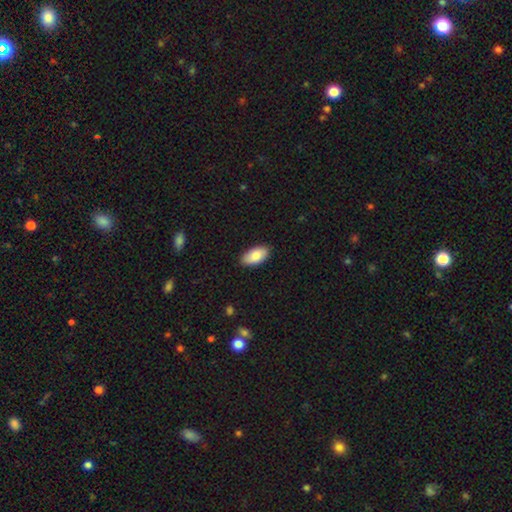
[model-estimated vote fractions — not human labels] This is clearly a smooth galaxy (86%). How rounded: clearly in between (94%). Merging: clearly none (87%).